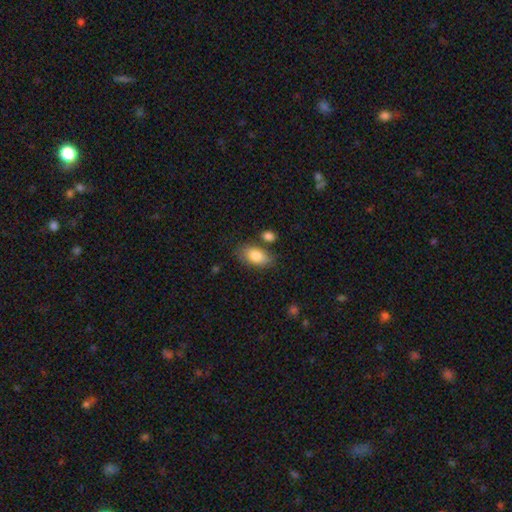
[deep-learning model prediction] smooth 83%, featured or disk 11%, star or artifact 7%. Down the decision tree: how rounded — in between (91%); merging — none (71%).